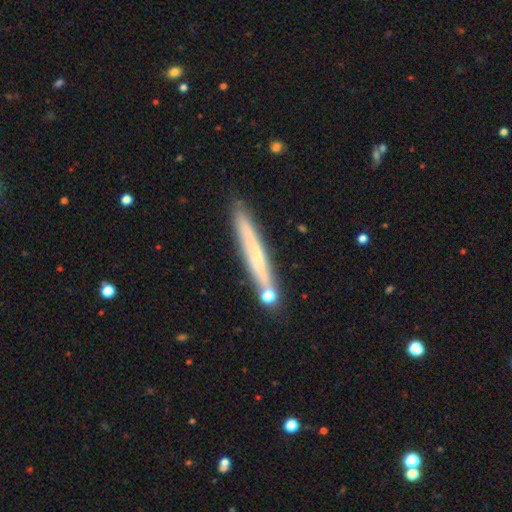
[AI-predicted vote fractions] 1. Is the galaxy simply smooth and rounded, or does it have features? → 50% smooth, 43% featured or disk, 8% star or artifact.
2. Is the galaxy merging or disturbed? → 82% none, 10% minor disturbance, 6% merger, 2% major disturbance.